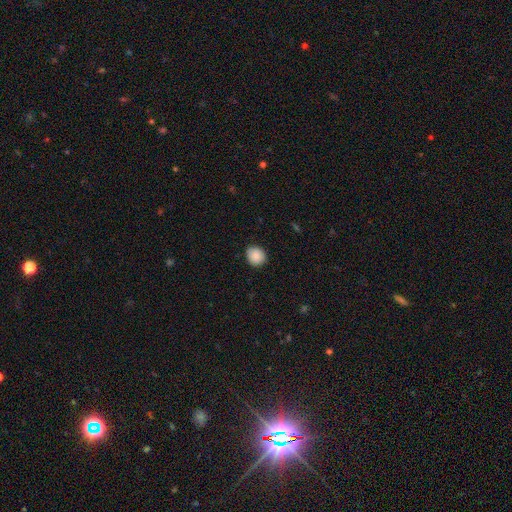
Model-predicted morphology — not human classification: Smooth or featured?
  - smooth: 87% *
  - star or artifact: 8%
  - featured or disk: 4%
How rounded?
  - round: 80% *
  - in between: 19%
  - cigar-shaped: 1%
Merging?
  - none: 87% *
  - minor disturbance: 10%
  - major disturbance: 2%
  - merger: 1%